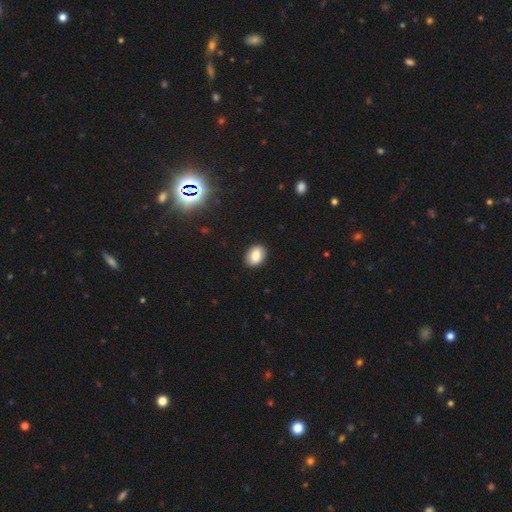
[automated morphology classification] This is clearly a smooth galaxy (84%). How rounded: likely in between (79%). Merging: clearly none (89%).